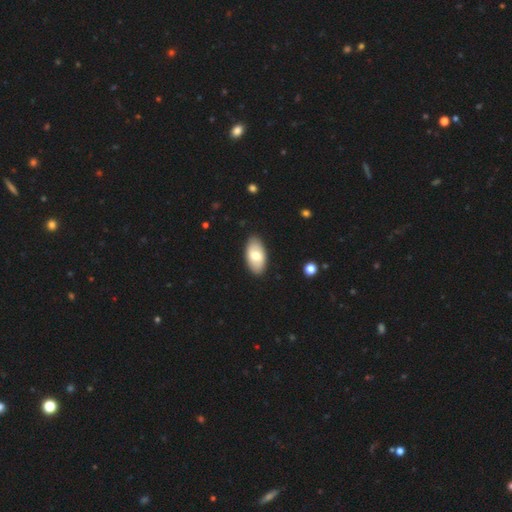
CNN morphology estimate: This appears to be a smooth galaxy with no disk features (69%) that is in between round and cigar-shaped (95%). Merging: none (88%).